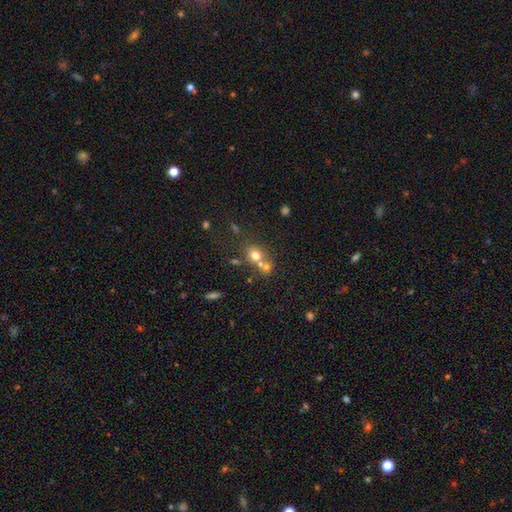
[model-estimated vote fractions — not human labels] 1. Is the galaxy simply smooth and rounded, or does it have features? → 69% smooth, 15% featured or disk, 15% star or artifact.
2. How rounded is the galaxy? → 69% round, 30% in between, 1% cigar-shaped.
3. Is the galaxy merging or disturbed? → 47% merger, 41% none, 8% minor disturbance, 4% major disturbance.